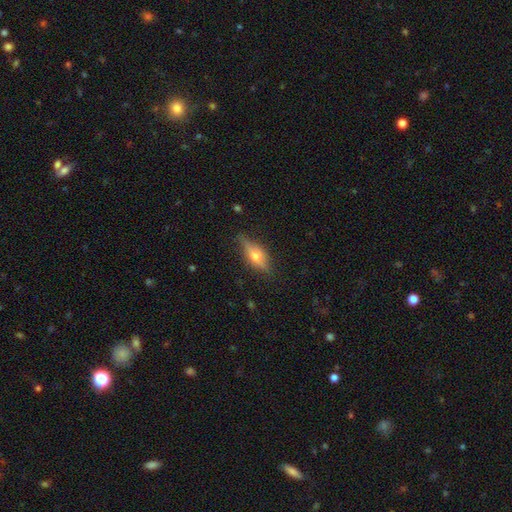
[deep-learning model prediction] Smooth or featured?
  - featured or disk: 51% *
  - smooth: 40%
  - star or artifact: 8%
Edge-on disk?
  - yes: 87% *
  - no: 13%
Merging?
  - none: 76% *
  - minor disturbance: 18%
  - major disturbance: 5%
  - merger: 1%